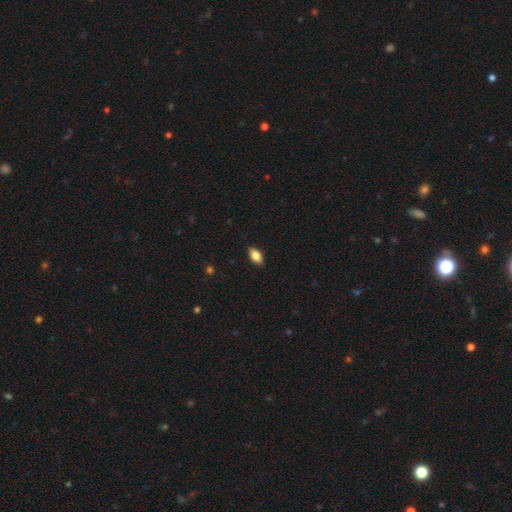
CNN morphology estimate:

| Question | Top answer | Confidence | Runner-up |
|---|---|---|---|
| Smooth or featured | smooth | 84% | featured or disk (8%) |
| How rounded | in between | 91% | round (5%) |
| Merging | none | 88% | minor disturbance (9%) |